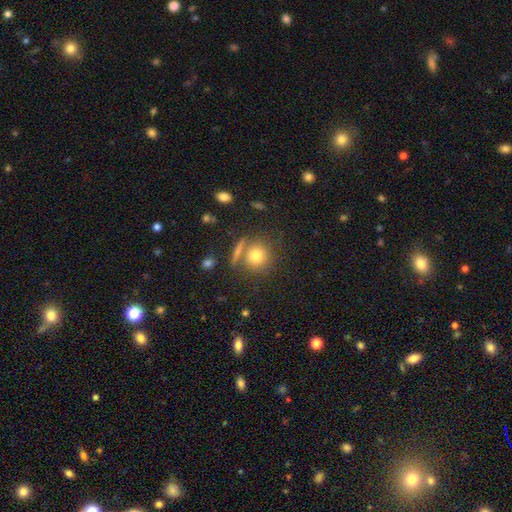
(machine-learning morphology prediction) Smooth or featured: smooth — 77% (featured or disk — 12%)
How rounded: round — 86% (in between — 12%)
Merging: none — 68% (merger — 17%)